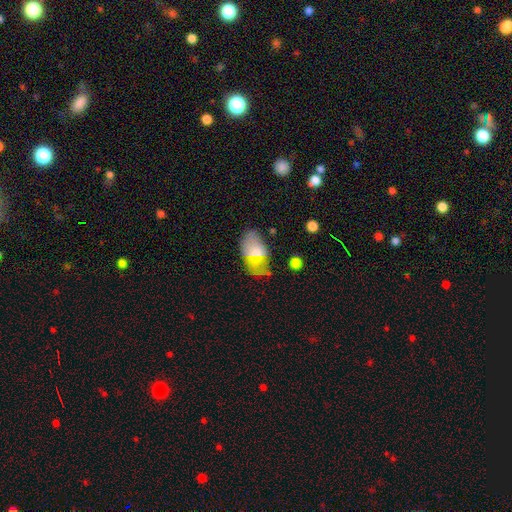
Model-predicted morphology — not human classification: smooth_or_featured: smooth (p=0.59) [alt: featured or disk p=0.29]
how_rounded: in between (p=0.91) [alt: round p=0.05]
merging: none (p=0.62) [alt: minor disturbance p=0.24]